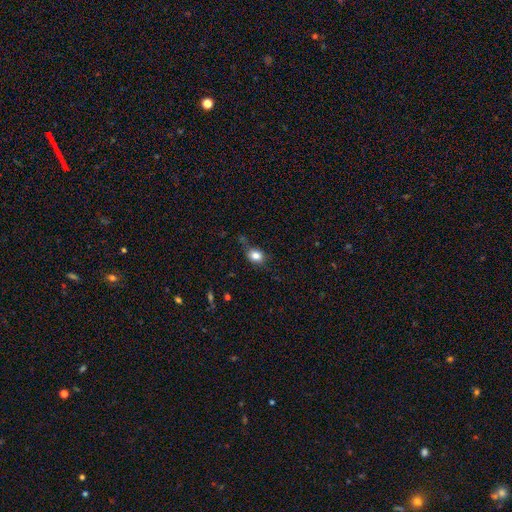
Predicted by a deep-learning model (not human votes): Smooth or featured? smooth (81%)
How rounded? round (52%)
Merging? none (59%)